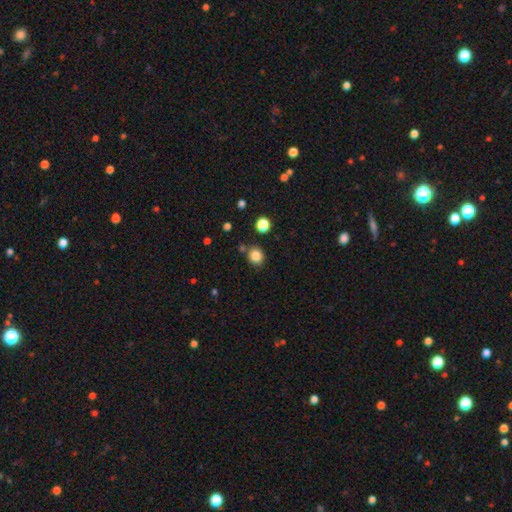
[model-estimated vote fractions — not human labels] A smooth galaxy with no disk features (84%) that is round (82%). Merging: none (81%).